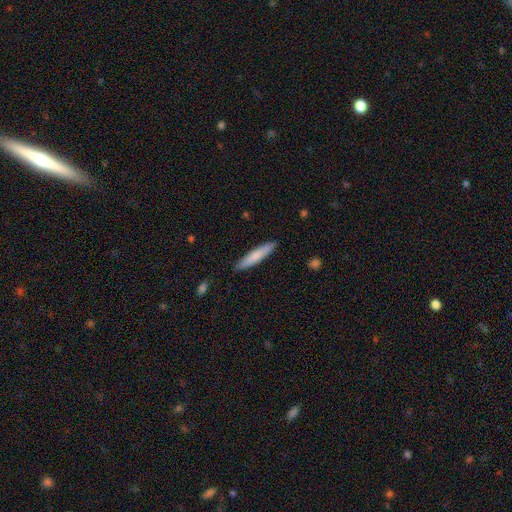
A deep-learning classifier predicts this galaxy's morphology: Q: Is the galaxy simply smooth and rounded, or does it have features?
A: smooth — 76%.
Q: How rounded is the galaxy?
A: cigar-shaped — 89%.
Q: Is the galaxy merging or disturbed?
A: none — 89%.